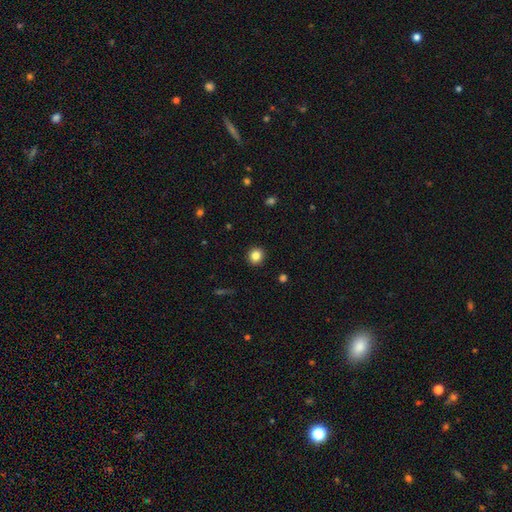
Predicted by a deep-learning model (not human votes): Smooth or featured?
  - smooth: 84% *
  - star or artifact: 11%
  - featured or disk: 5%
How rounded?
  - round: 89% *
  - in between: 10%
  - cigar-shaped: 1%
Merging?
  - none: 92% *
  - minor disturbance: 5%
  - major disturbance: 2%
  - merger: 1%